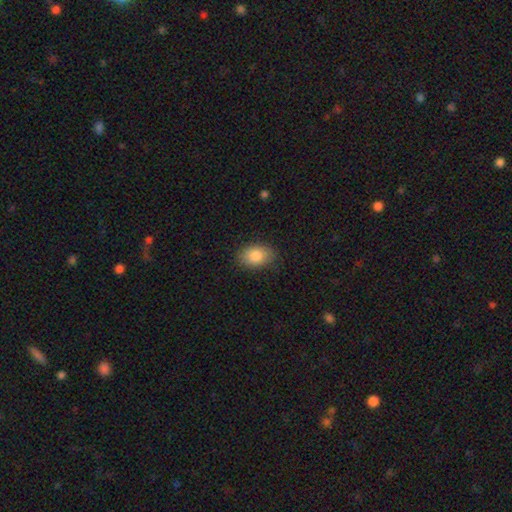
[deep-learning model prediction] This is clearly a smooth galaxy (85%). How rounded: clearly in between (83%). Merging: clearly none (84%).